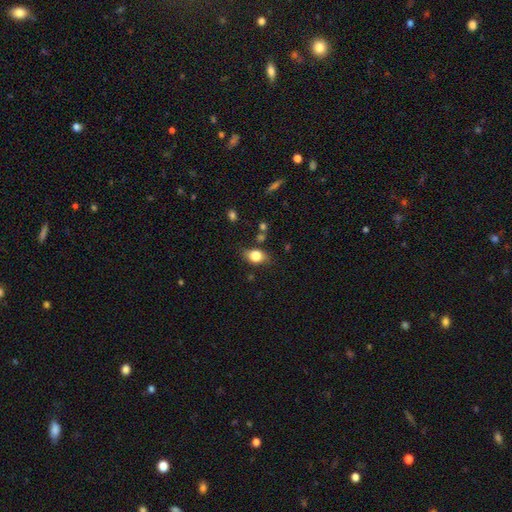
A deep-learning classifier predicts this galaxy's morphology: smooth 81%, featured or disk 10%, star or artifact 9%. Down the decision tree: how rounded — in between (71%); merging — none (74%).